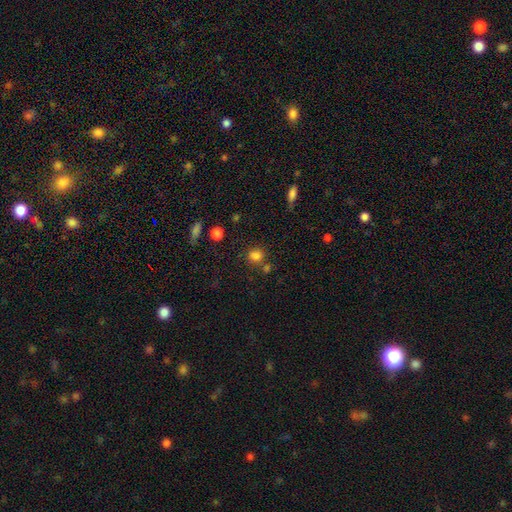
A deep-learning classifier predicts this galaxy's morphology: Overall: smooth (79%). How rounded: round (82%). Merging: none (70%).